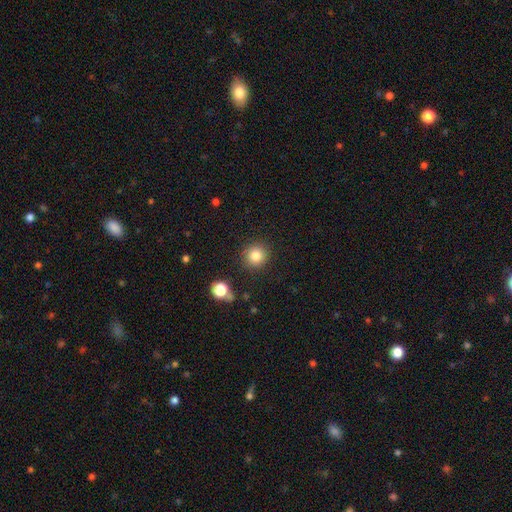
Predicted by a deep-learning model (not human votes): This appears to be a smooth galaxy with no disk features (83%) that is round (93%). Merging: none (88%).